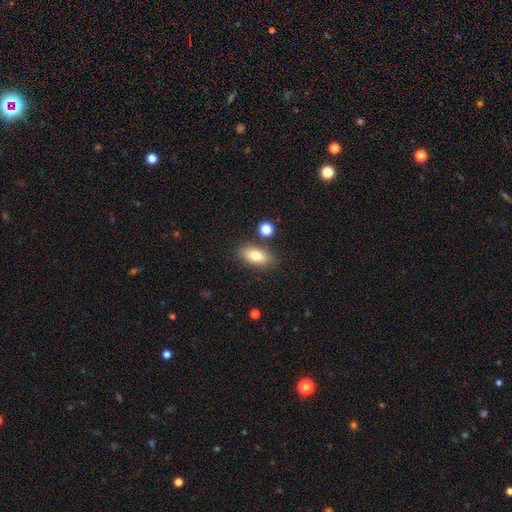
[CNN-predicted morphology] Q: Smooth or featured?
A: smooth (78%); runner-up: featured or disk (14%)
Q: How rounded?
A: in between (88%); runner-up: cigar-shaped (7%)
Q: Merging?
A: none (82%); runner-up: minor disturbance (10%)